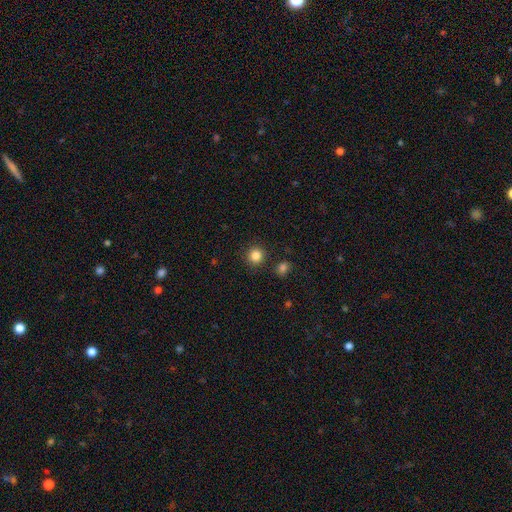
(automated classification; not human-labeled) smooth 85%, star or artifact 11%, featured or disk 4%. Down the decision tree: how rounded — round (93%); merging — none (89%).